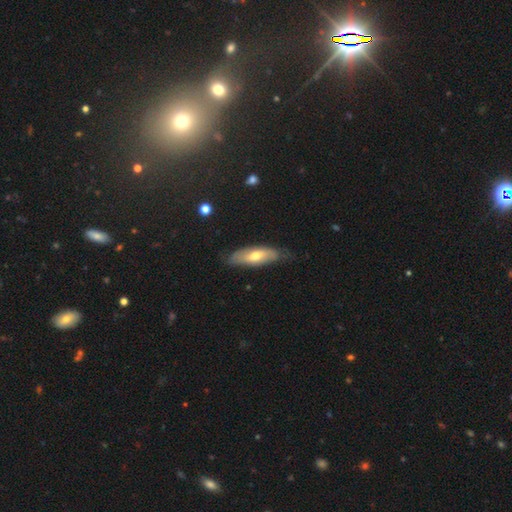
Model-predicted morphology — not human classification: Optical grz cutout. It shows a smooth galaxy with no disk features (56%) that is in between round and cigar-shaped (60%). Merging: none (71%).